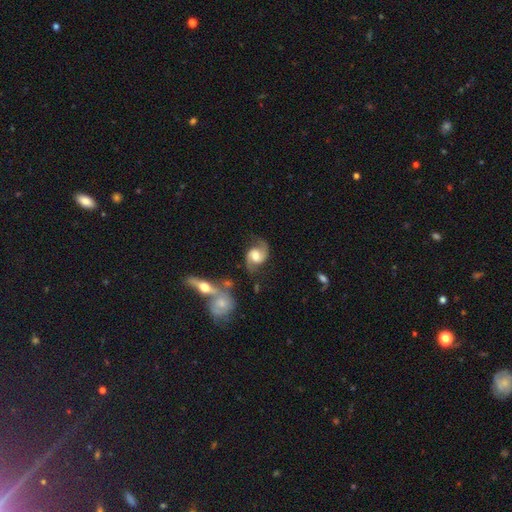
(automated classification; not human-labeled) Smooth or featured: featured or disk — 86% (smooth — 9%)
Edge-on disk: no — 97% (yes — 3%)
Bar: no — 47% (weak — 41%)
Spiral arms: yes — 96% (no — 4%)
Spiral winding: medium — 49% (loose — 39%)
Spiral arm count: 2 — 93% (can't tell — 2%)
Bulge size: moderate — 58% (large — 24%)
Merging: none — 73% (minor disturbance — 16%)